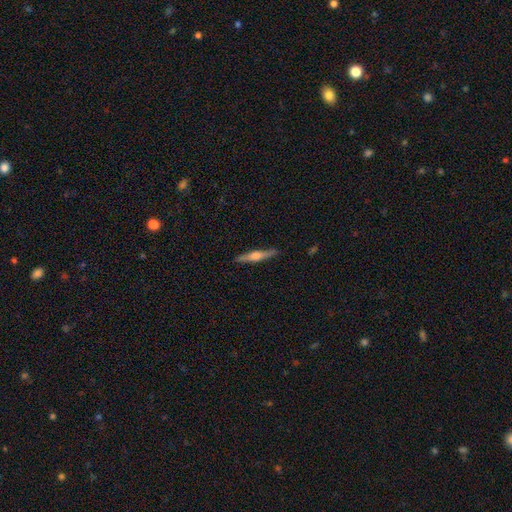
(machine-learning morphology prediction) The model was most divided on "smooth or featured": featured or disk: 63%, smooth: 31%, star or artifact: 6%. More confident: edge-on disk — yes (97%); merging — none (90%); edge-on bulge — rounded (82%).